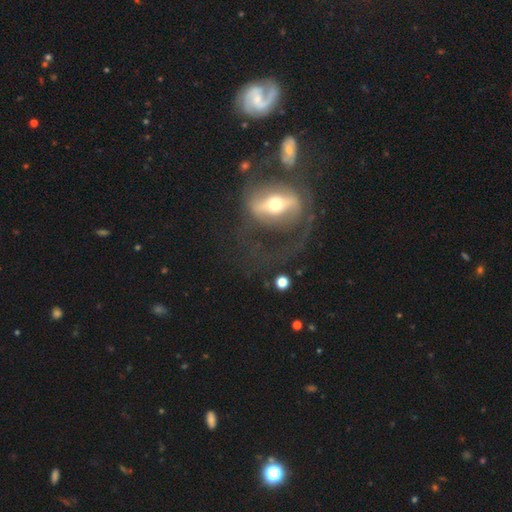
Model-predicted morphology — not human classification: Smooth or featured? featured or disk (65%)
Edge-on disk? no (88%)
Bar? strong (35%)
Spiral arms? yes (55%)
Bulge size? moderate (60%)
Merging? none (42%)